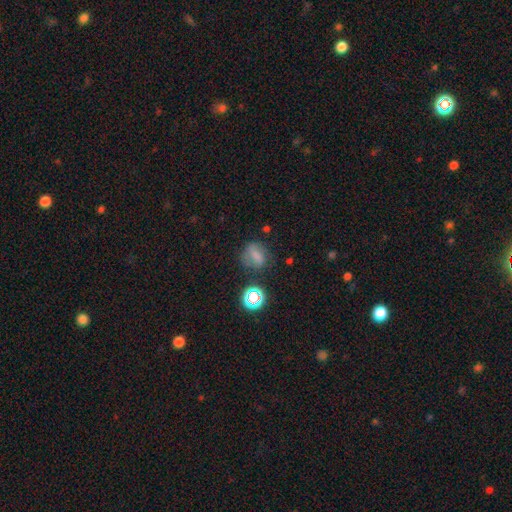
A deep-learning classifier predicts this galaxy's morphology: Smooth or featured? smooth (62%)
How rounded? in between (49%)
Merging? none (57%)